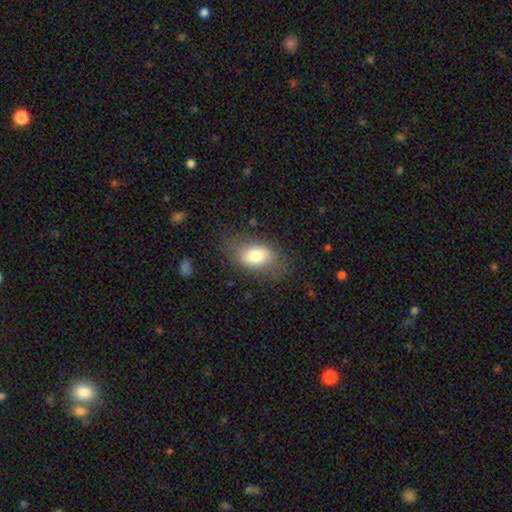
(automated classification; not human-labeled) The model was most divided on "merging": none: 69%, minor disturbance: 20%, major disturbance: 9%, merger: 1%. More confident: how rounded — in between (87%); smooth or featured — smooth (75%).